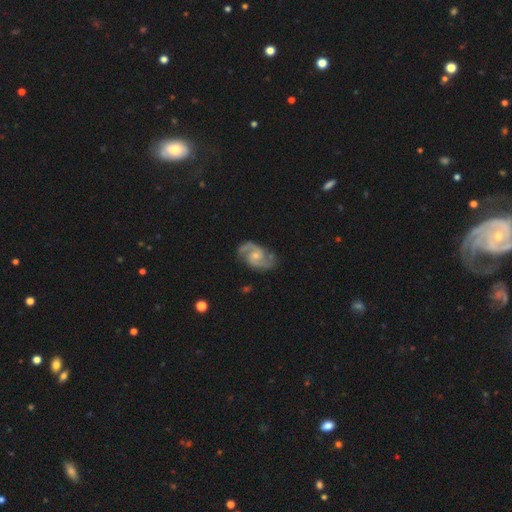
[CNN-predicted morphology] Overall: featured or disk (91%). Edge-on disk: no (98%). Bar: no (53%; weak 40%). Spiral arms: yes (98%). Spiral arm count: 2 (93%). Spiral winding: medium (60%; tight 20%). Bulge size: small (55%; moderate 38%). Merging: none (78%).